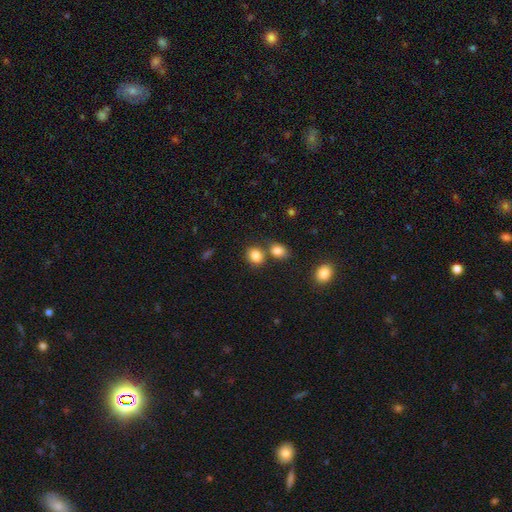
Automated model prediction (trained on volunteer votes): Smooth or featured? Predicted: smooth (p=0.84). How rounded? Predicted: round (p=0.58). Merging? Predicted: none (p=0.62).